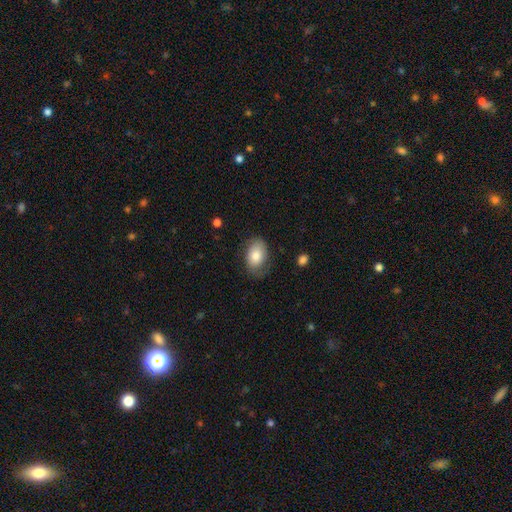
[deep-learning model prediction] Morphology: type=smooth (79%); roundness=in between (86%); merging=none (66%).